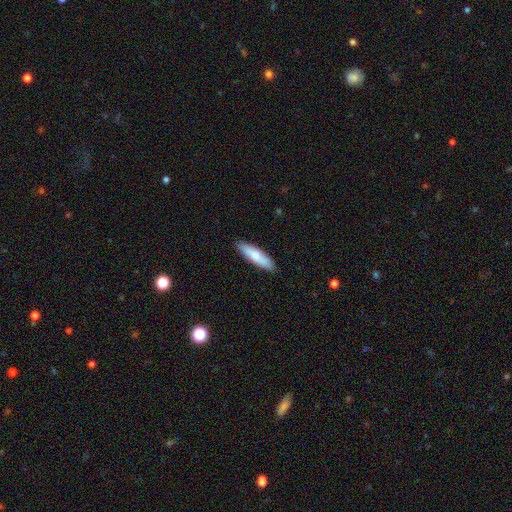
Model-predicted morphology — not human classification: Q: Smooth or featured?
A: smooth (77%); runner-up: featured or disk (18%)
Q: How rounded?
A: cigar-shaped (69%); runner-up: in between (30%)
Q: Merging?
A: none (88%); runner-up: minor disturbance (10%)